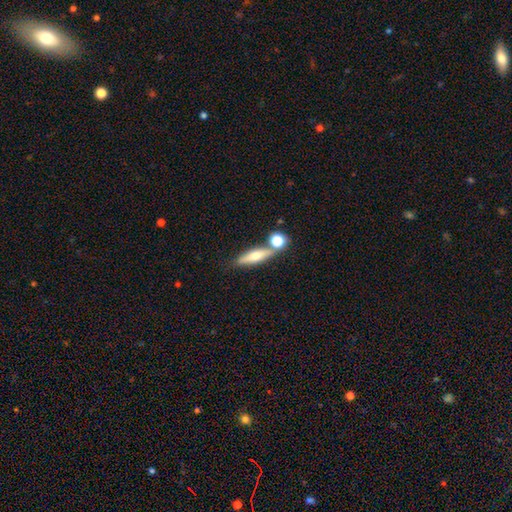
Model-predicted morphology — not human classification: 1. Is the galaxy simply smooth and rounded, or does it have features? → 53% smooth, 38% featured or disk, 9% star or artifact.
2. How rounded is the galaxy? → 62% cigar-shaped, 31% in between, 7% round.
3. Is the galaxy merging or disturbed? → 63% none, 20% merger, 12% minor disturbance, 4% major disturbance.